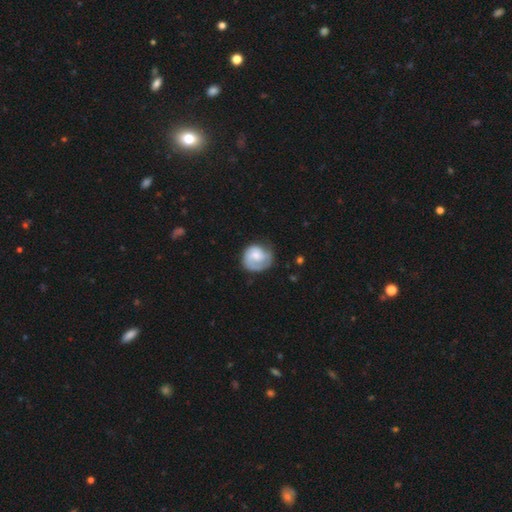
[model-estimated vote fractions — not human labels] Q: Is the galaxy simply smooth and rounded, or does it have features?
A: featured or disk — 55%.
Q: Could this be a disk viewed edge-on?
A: no — 98%.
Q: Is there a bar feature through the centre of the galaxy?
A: no — 67%.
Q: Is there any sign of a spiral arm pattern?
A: yes — 86%.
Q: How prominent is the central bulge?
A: moderate — 41%.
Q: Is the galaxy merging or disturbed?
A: none — 59%.